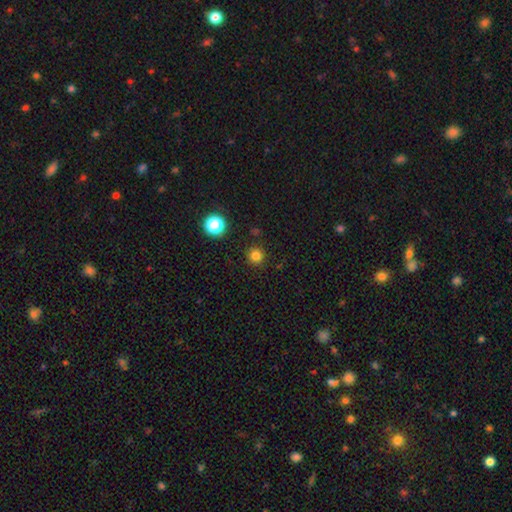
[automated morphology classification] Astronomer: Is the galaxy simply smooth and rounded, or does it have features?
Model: smooth — 80%.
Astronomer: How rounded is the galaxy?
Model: round — 95%.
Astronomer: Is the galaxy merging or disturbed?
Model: none — 90%.